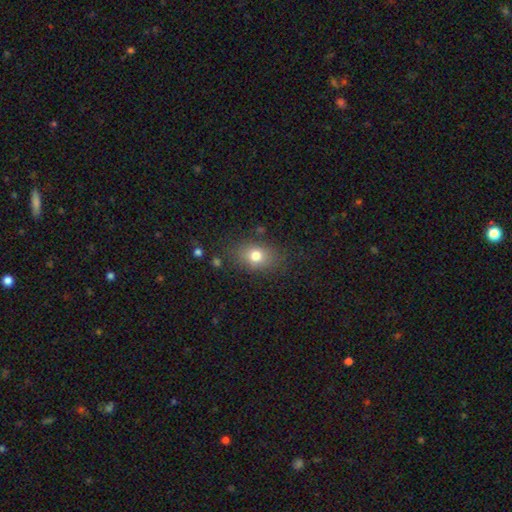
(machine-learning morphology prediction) type=smooth (77%); roundness=in between (64%); merging=none (79%).